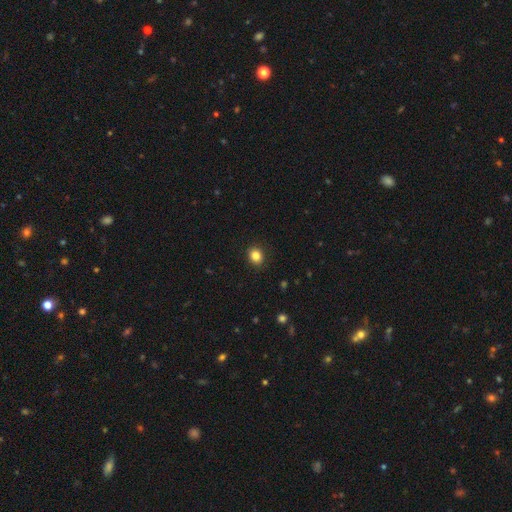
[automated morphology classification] This appears to be a smooth galaxy with no disk features (85%) that is round (66%). Merging: none (89%).